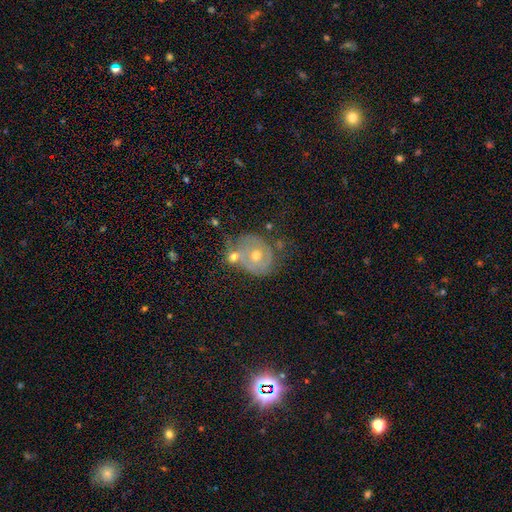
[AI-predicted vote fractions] Smooth or featured? Predicted: featured or disk (p=0.65). Edge-on disk? Predicted: no (p=0.97). Bar? Predicted: no (p=0.82). Spiral arms? Predicted: yes (p=0.67). Bulge size? Predicted: moderate (p=0.68). Merging? Predicted: none (p=0.45).